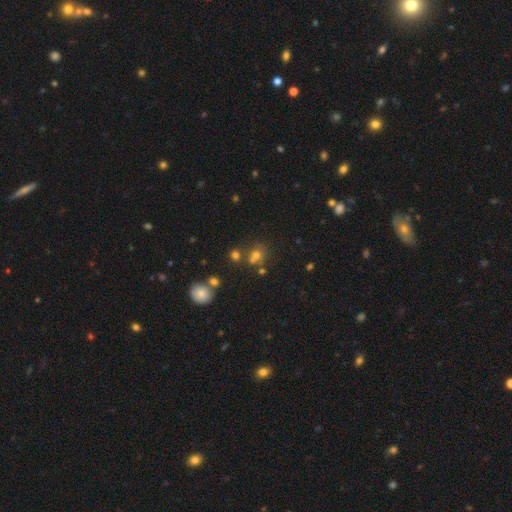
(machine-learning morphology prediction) A smooth galaxy with no disk features (62%) that is round (76%).

Vote fractions:
- Smooth or featured? smooth: 62% / star or artifact: 26% / featured or disk: 12%
- How rounded? round: 76% / in between: 22% / cigar-shaped: 1%
- Merging? none: 57% / merger: 27% / minor disturbance: 11% / major disturbance: 5%